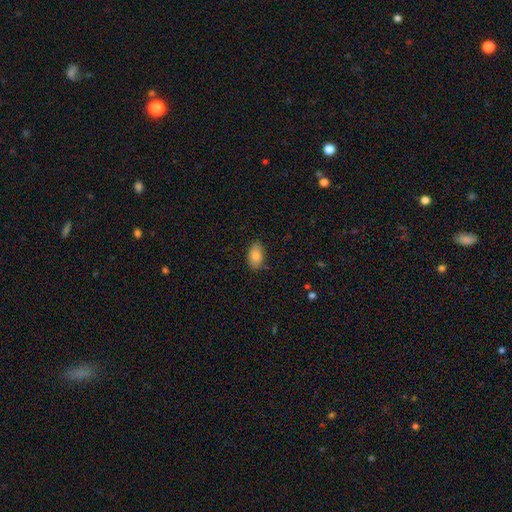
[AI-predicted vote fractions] smooth_or_featured: smooth (p=0.84) [alt: featured or disk p=0.08]
how_rounded: in between (p=0.91) [alt: round p=0.08]
merging: none (p=0.82) [alt: minor disturbance p=0.14]